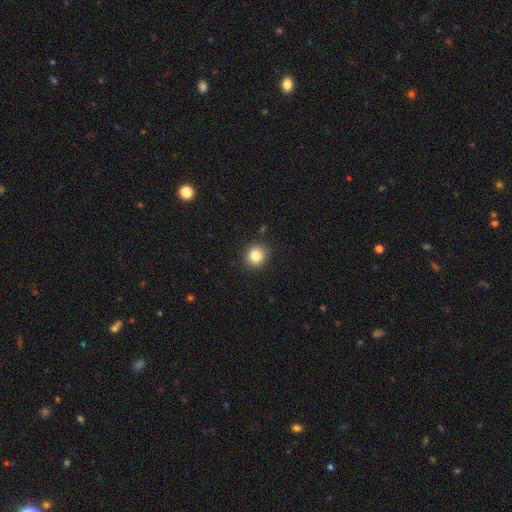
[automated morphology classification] A smooth galaxy with no disk features (84%) that is round (91%). Merging: none (91%).